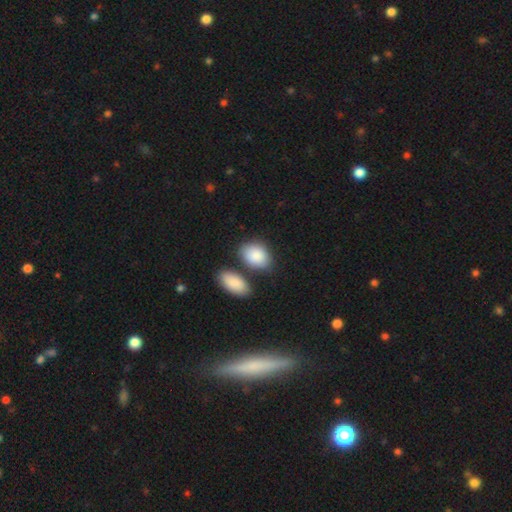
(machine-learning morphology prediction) A smooth galaxy with no disk features (88%) that is in between round and cigar-shaped (82%). Merging: none (61%).